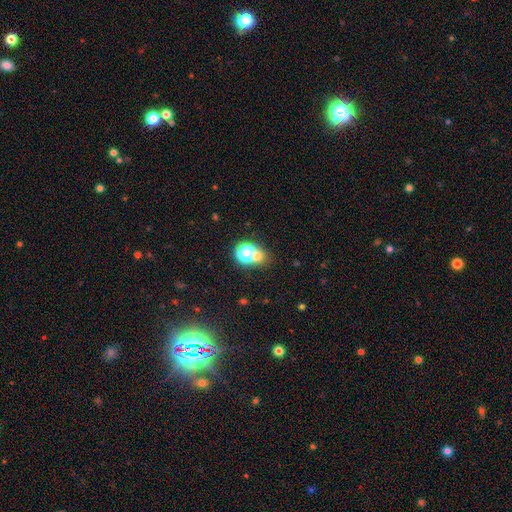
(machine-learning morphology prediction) smooth_or_featured: smooth (p=0.56) [alt: star or artifact p=0.32]
how_rounded: round (p=0.66) [alt: in between p=0.32]
merging: none (p=0.53) [alt: merger p=0.30]